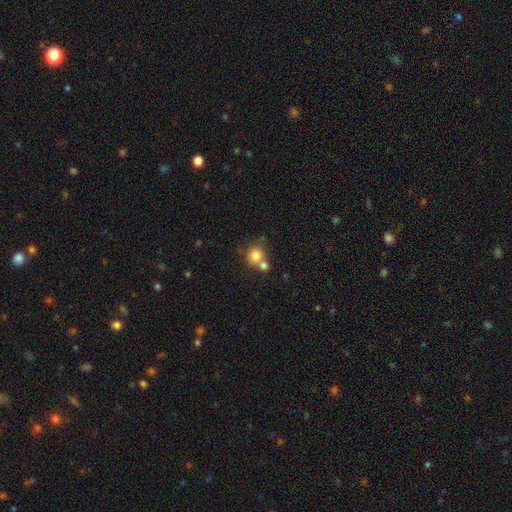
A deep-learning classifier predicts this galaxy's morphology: smooth-or-featured: smooth: 79% | star or artifact: 11% | featured or disk: 10%
  how-rounded: round: 85% | in between: 14% | cigar-shaped: 1%
  merging: none: 48% | merger: 41% | minor disturbance: 8% | major disturbance: 3%